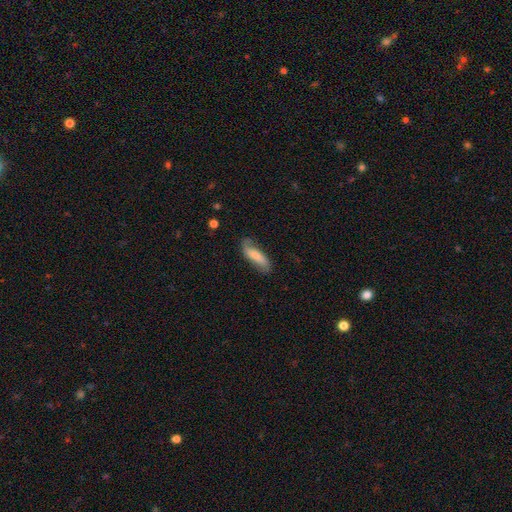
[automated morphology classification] Smooth or featured?
  - smooth: 61% *
  - featured or disk: 32%
  - star or artifact: 7%
How rounded?
  - cigar-shaped: 51% *
  - in between: 47%
  - round: 2%
Merging?
  - none: 61% *
  - minor disturbance: 27%
  - major disturbance: 10%
  - merger: 2%